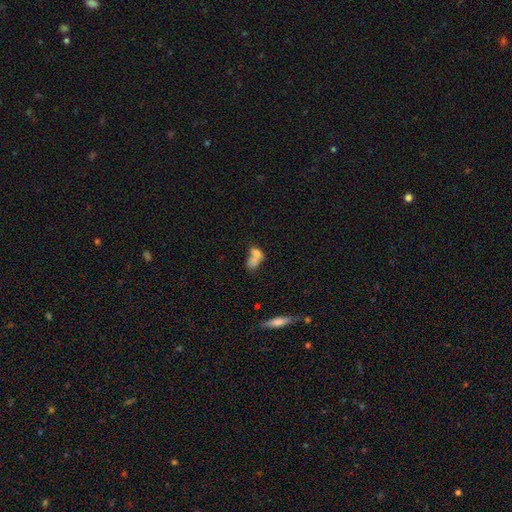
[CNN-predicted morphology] smooth_or_featured: smooth (p=0.71) [alt: featured or disk p=0.19]
how_rounded: in between (p=0.75) [alt: round p=0.20]
merging: merger (p=0.66) [alt: none p=0.20]